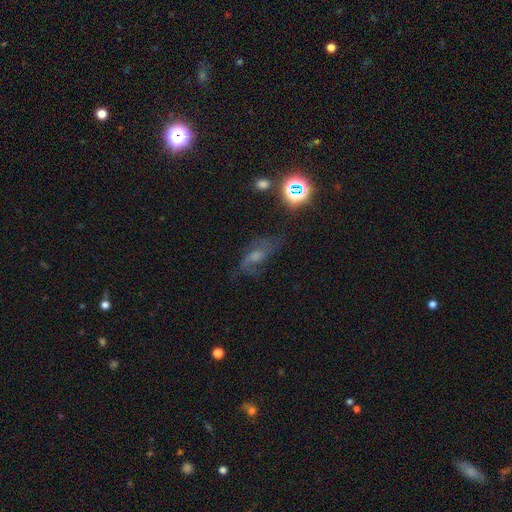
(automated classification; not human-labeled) Smooth or featured?
  - featured or disk: 55% *
  - smooth: 24%
  - star or artifact: 21%
Edge-on disk?
  - no: 92% *
  - yes: 8%
Bar?
  - no: 55% *
  - weak: 37%
  - strong: 9%
Spiral arms?
  - yes: 83% *
  - no: 17%
Bulge size?
  - moderate: 39% *
  - small: 29%
  - none: 18%
  - large: 11%
  - dominant: 2%
Merging?
  - none: 52% *
  - major disturbance: 23%
  - minor disturbance: 22%
  - merger: 3%